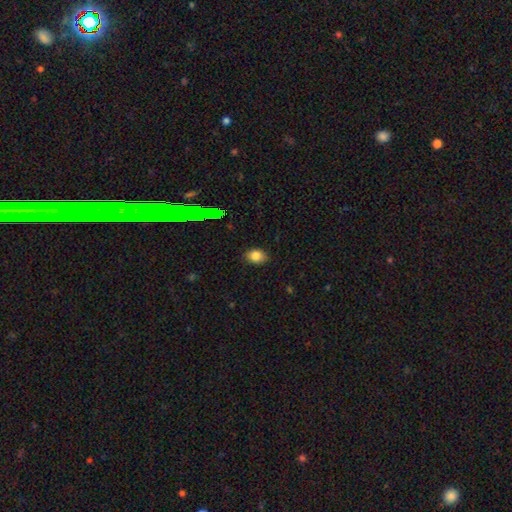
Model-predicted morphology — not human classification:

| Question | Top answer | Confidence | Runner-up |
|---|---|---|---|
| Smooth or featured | smooth | 81% | star or artifact (12%) |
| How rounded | in between | 67% | round (32%) |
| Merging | none | 84% | minor disturbance (12%) |